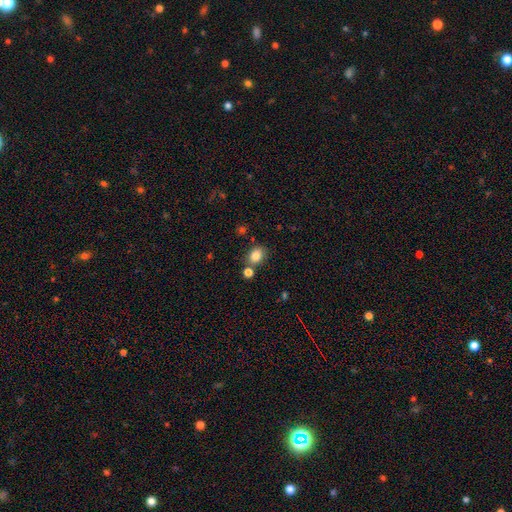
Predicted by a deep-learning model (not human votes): This is clearly a smooth galaxy (83%). How rounded: possibly in between (54%). Merging: likely none (72%).